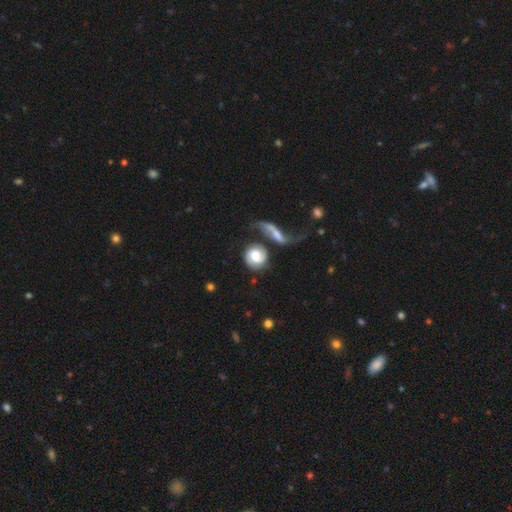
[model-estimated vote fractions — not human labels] A featured or disk galaxy (52%). Merging: none (41%).